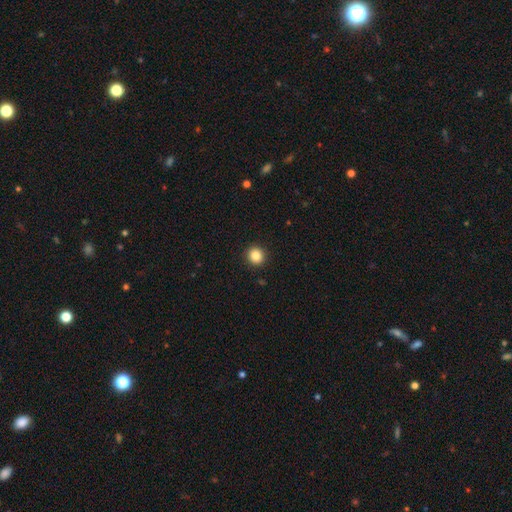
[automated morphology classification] Smooth or featured?
  - smooth: 85% *
  - star or artifact: 10%
  - featured or disk: 4%
How rounded?
  - round: 93% *
  - in between: 7%
  - cigar-shaped: 1%
Merging?
  - none: 93% *
  - minor disturbance: 5%
  - major disturbance: 2%
  - merger: 1%